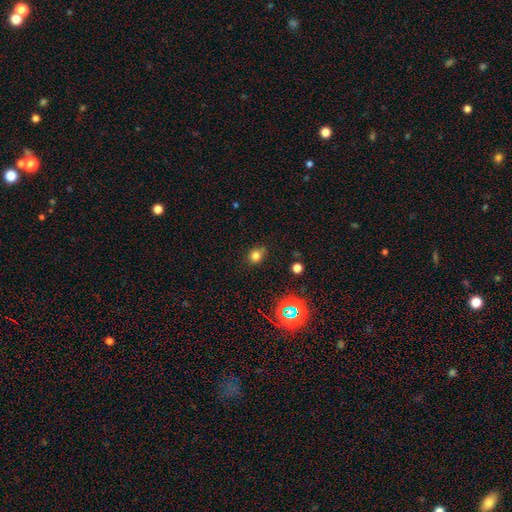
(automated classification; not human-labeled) This is likely a smooth galaxy (76%). How rounded: likely round (65%). Merging: likely none (71%).